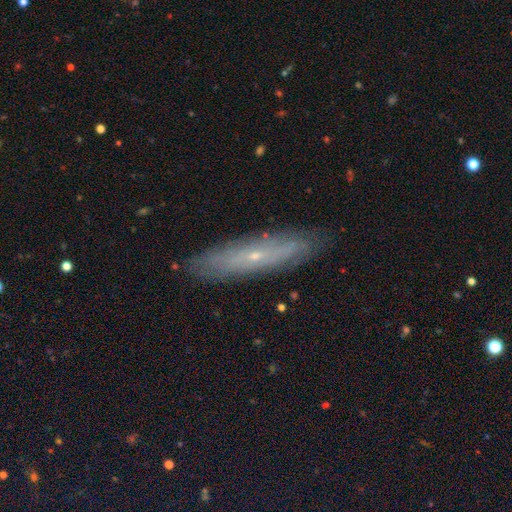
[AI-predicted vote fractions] smooth_or_featured: featured or disk (p=0.58) [alt: smooth p=0.31]
disk_edge_on: yes (p=0.56) [alt: no p=0.44]
merging: none (p=0.87) [alt: minor disturbance p=0.10]